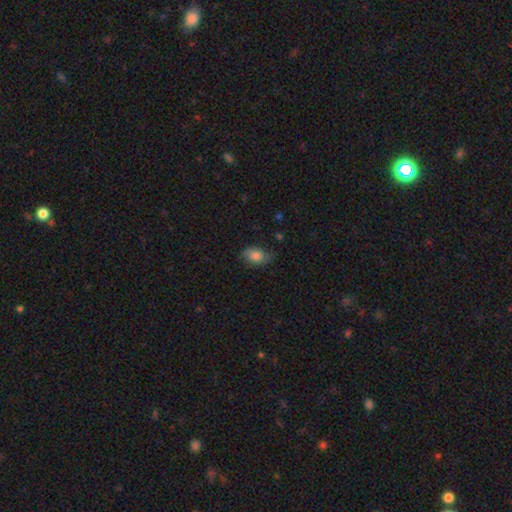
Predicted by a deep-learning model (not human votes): This is likely a smooth galaxy (78%). How rounded: likely in between (80%). Merging: likely none (66%).